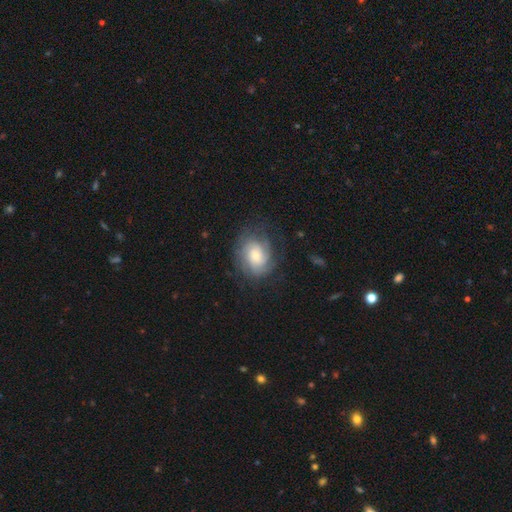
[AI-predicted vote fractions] smooth_or_featured: featured or disk (p=0.59) [alt: smooth p=0.32]
disk_edge_on: no (p=0.97) [alt: yes p=0.03]
bar: no (p=0.75) [alt: weak p=0.22]
has_spiral_arms: yes (p=0.89) [alt: no p=0.11]
spiral_winding: tight (p=0.57) [alt: medium p=0.32]
spiral_arm_count: can't tell (p=0.44) [alt: 2 p=0.19]
bulge_size: moderate (p=0.38) [alt: small p=0.30]
merging: none (p=0.68) [alt: minor disturbance p=0.19]